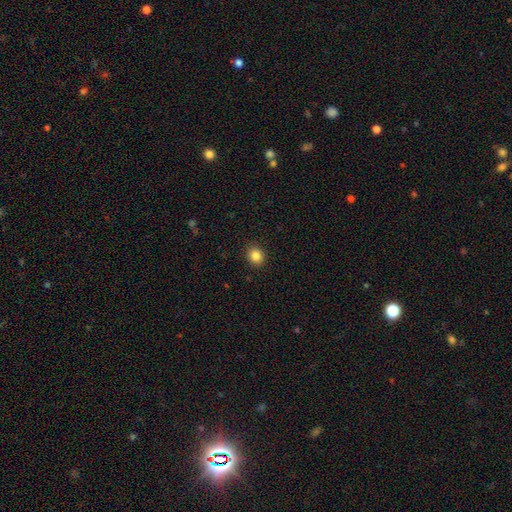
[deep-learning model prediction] This appears to be a smooth galaxy with no disk features (85%) that is round (75%). Merging: none (91%).